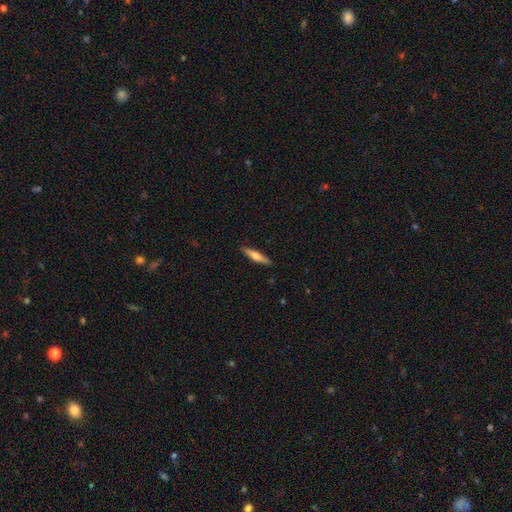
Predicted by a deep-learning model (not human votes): Morphology: type=smooth (55%); roundness=cigar-shaped (84%); merging=none (90%).